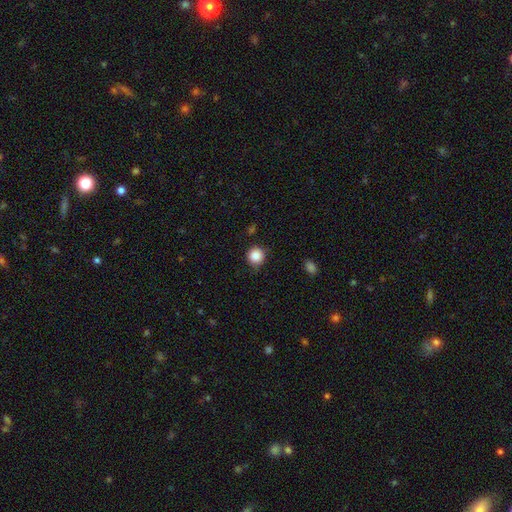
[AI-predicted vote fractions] This appears to be a smooth galaxy with no disk features (87%) that is round (94%). Merging: none (83%).